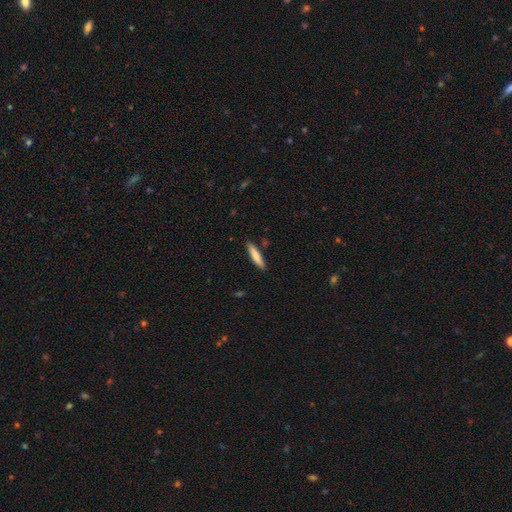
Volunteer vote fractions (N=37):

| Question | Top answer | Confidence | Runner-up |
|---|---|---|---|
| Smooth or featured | smooth | 81% | featured or disk (14%) |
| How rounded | cigar-shaped | 93% | in between (7%) |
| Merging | none | 91% | minor disturbance (6%) |